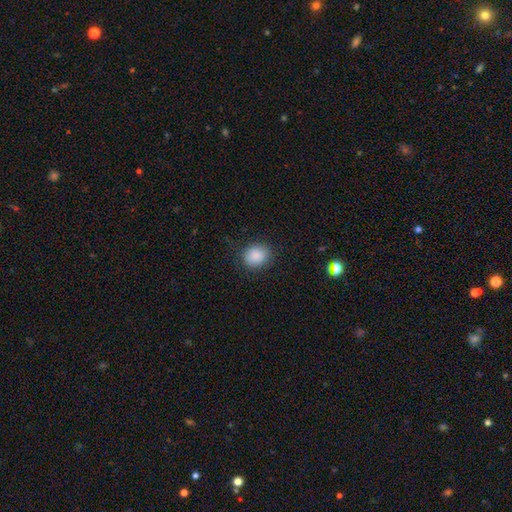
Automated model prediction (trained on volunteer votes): Q: Smooth or featured?
A: smooth (87%); runner-up: star or artifact (8%)
Q: How rounded?
A: round (66%); runner-up: in between (33%)
Q: Merging?
A: none (84%); runner-up: minor disturbance (11%)